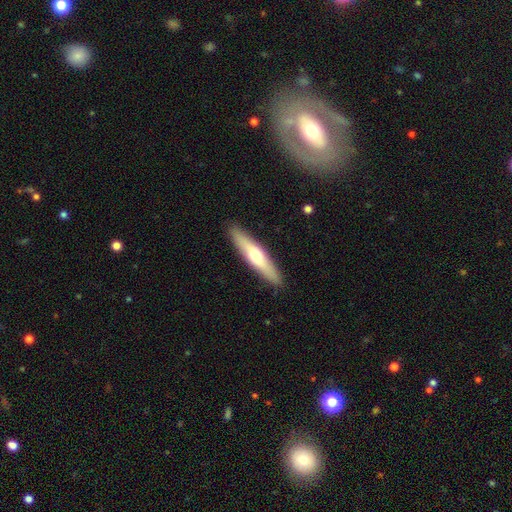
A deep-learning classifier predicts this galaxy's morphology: smooth-or-featured: smooth: 52% | featured or disk: 43% | star or artifact: 5%
  how-rounded: cigar-shaped: 86% | in between: 12% | round: 1%
  merging: none: 90% | minor disturbance: 7% | major disturbance: 2% | merger: 1%